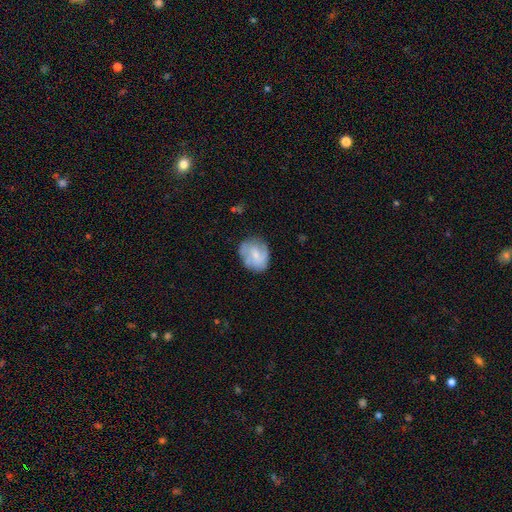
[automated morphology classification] Smooth or featured? smooth (47%)
Merging? none (67%)